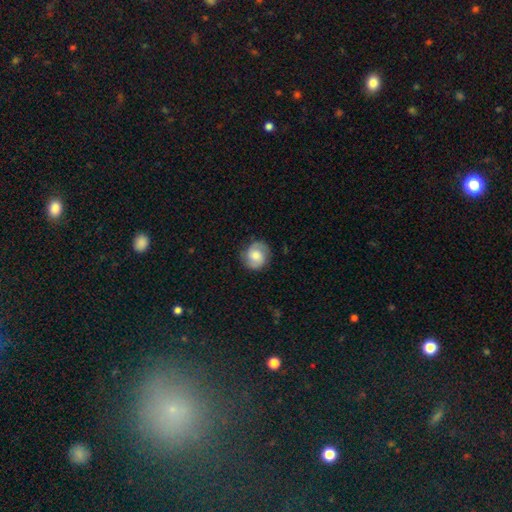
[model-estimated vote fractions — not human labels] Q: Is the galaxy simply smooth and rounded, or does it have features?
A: smooth — 57%.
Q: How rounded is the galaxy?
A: round — 83%.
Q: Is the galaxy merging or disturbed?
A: none — 80%.